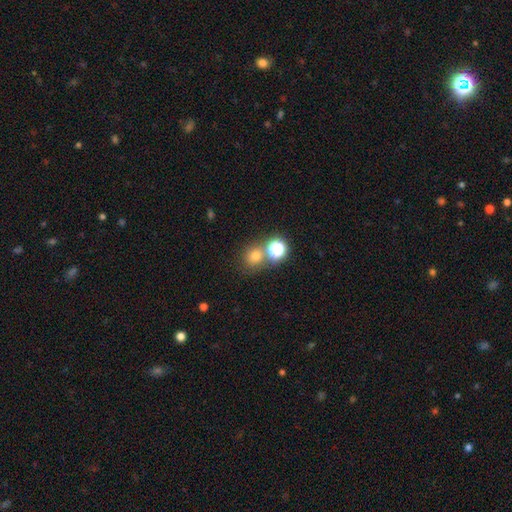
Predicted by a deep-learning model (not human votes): This is likely a smooth galaxy (70%). How rounded: clearly round (82%). Merging: likely none (61%).